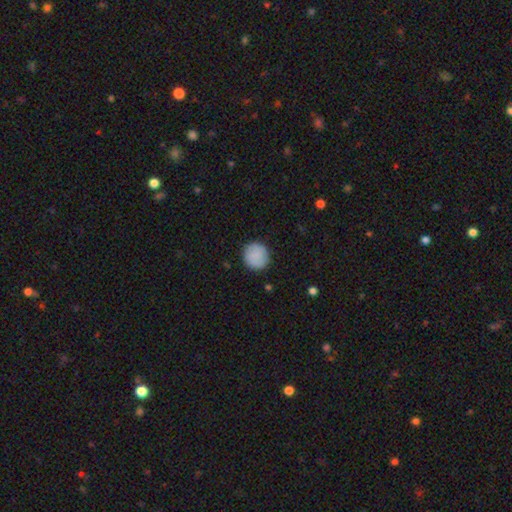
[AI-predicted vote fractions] A smooth galaxy with no disk features (81%) that is round (93%).

Vote fractions:
- Smooth or featured? smooth: 81% / featured or disk: 13% / star or artifact: 6%
- How rounded? round: 93% / in between: 6% / cigar-shaped: 1%
- Merging? none: 90% / minor disturbance: 7% / major disturbance: 2% / merger: 1%